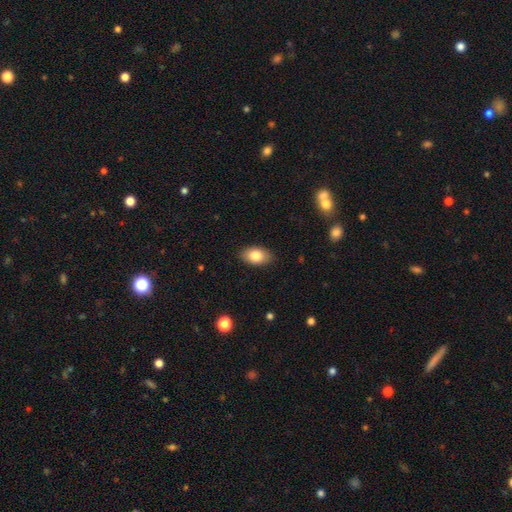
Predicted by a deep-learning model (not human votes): Q: Smooth or featured?
A: smooth (83%); runner-up: featured or disk (10%)
Q: How rounded?
A: in between (90%); runner-up: round (9%)
Q: Merging?
A: none (87%); runner-up: minor disturbance (10%)